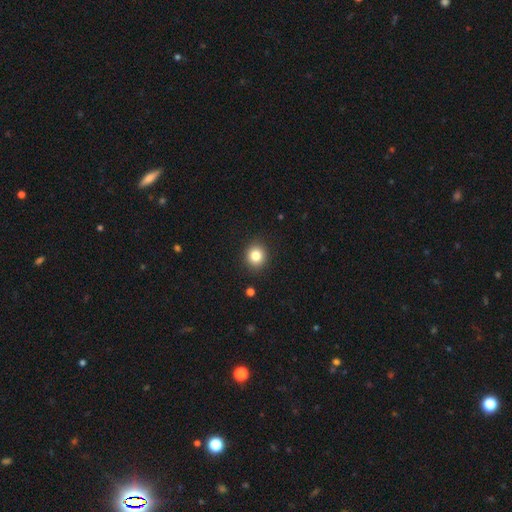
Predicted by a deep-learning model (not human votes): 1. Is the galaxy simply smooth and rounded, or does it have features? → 83% smooth, 11% star or artifact, 6% featured or disk.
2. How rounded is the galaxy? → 85% round, 14% in between, 1% cigar-shaped.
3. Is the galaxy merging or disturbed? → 91% none, 6% minor disturbance, 2% major disturbance, 1% merger.